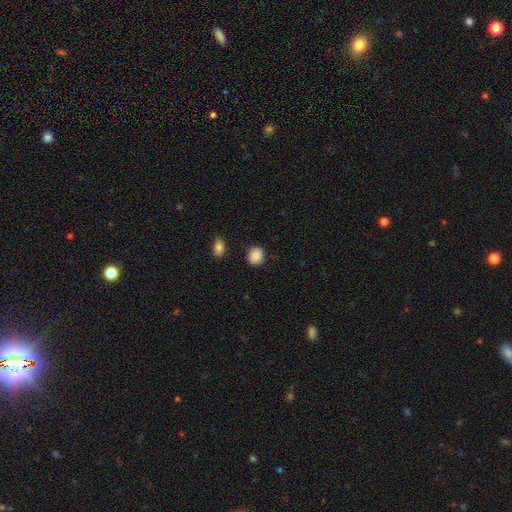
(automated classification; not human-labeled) A smooth galaxy with no disk features (89%) that is round (55%). Merging: none (86%).